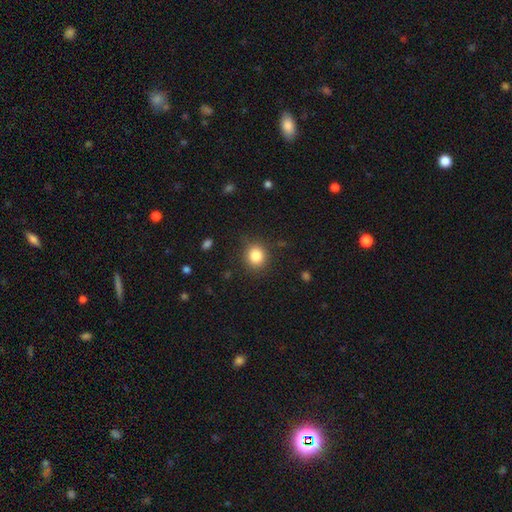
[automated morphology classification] Q: Smooth or featured?
A: smooth (84%); runner-up: star or artifact (11%)
Q: How rounded?
A: round (80%); runner-up: in between (19%)
Q: Merging?
A: none (84%); runner-up: minor disturbance (11%)